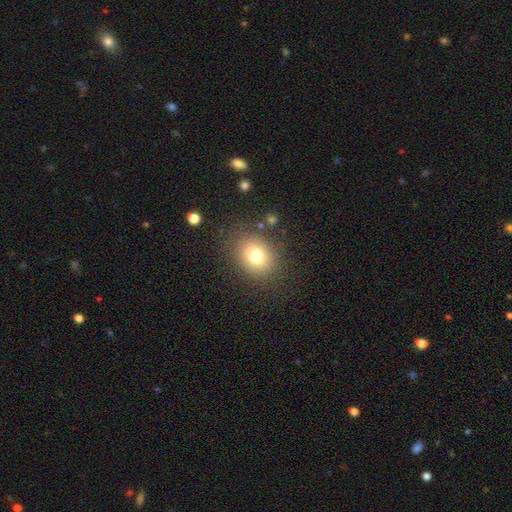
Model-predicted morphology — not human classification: A smooth galaxy with no disk features (76%) that is round (53%).

Vote fractions:
- Smooth or featured? smooth: 76% / star or artifact: 13% / featured or disk: 11%
- How rounded? round: 53% / in between: 46% / cigar-shaped: 1%
- Merging? none: 82% / minor disturbance: 11% / major disturbance: 5% / merger: 2%